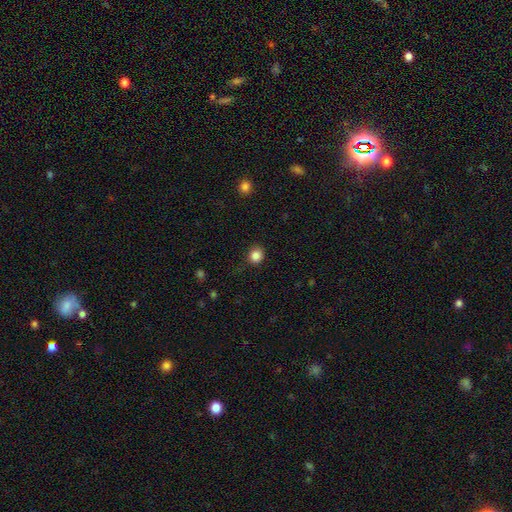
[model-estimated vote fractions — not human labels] A smooth galaxy with no disk features (85%) that is round (82%).

Vote fractions:
- Smooth or featured? smooth: 85% / star or artifact: 11% / featured or disk: 4%
- How rounded? round: 82% / in between: 18% / cigar-shaped: 1%
- Merging? none: 84% / minor disturbance: 12% / major disturbance: 3% / merger: 1%